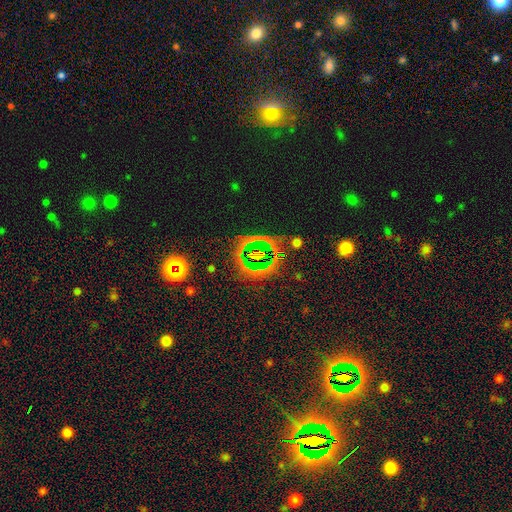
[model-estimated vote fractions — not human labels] A star or artifact, not a galaxy (73%).